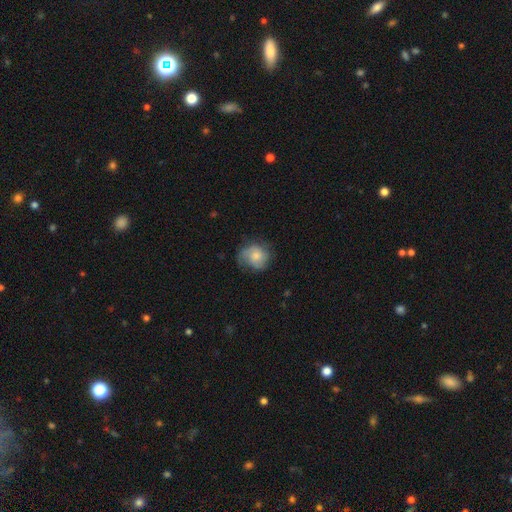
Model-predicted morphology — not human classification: Smooth or featured? Predicted: smooth (p=0.57). How rounded? Predicted: round (p=0.72). Merging? Predicted: none (p=0.59).